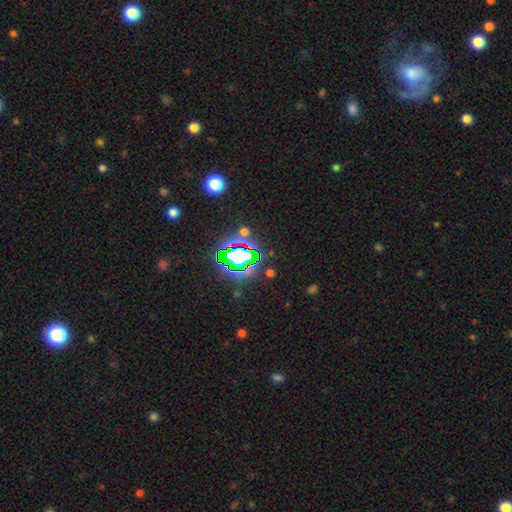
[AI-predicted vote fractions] Q: Smooth or featured?
A: star or artifact (81%); runner-up: smooth (11%)